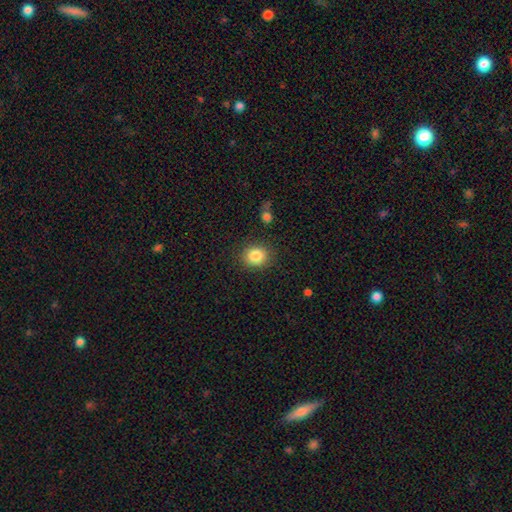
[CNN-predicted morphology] Smooth or featured: smooth — 85% (star or artifact — 9%)
How rounded: round — 74% (in between — 25%)
Merging: none — 86% (minor disturbance — 9%)